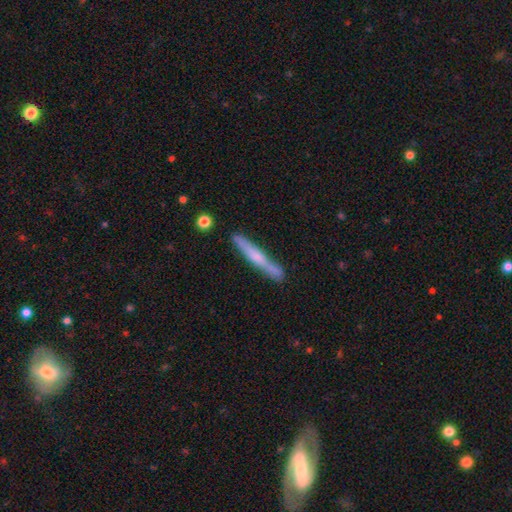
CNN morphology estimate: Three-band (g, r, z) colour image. It shows a featured or disk galaxy (50%). Merging: none (82%).